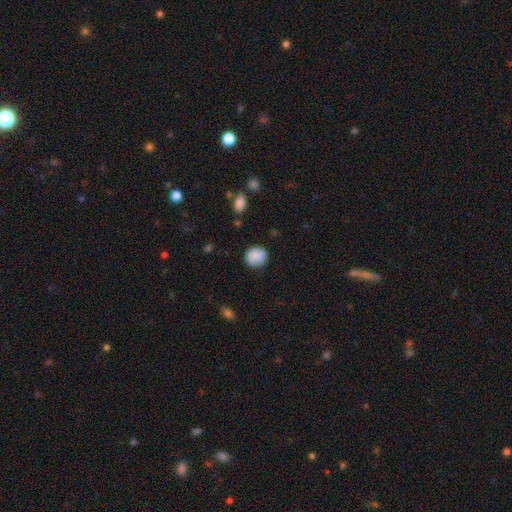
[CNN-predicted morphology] Smooth or featured? Predicted: smooth (p=0.87). How rounded? Predicted: round (p=0.85). Merging? Predicted: none (p=0.83).